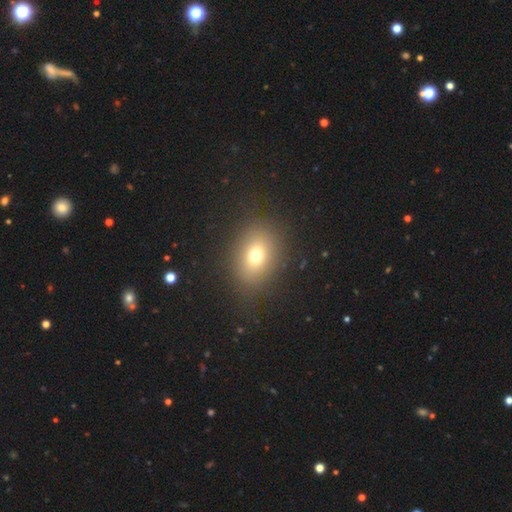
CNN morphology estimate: This is likely a smooth galaxy (71%). How rounded: possibly in between (52%). Merging: clearly none (82%).